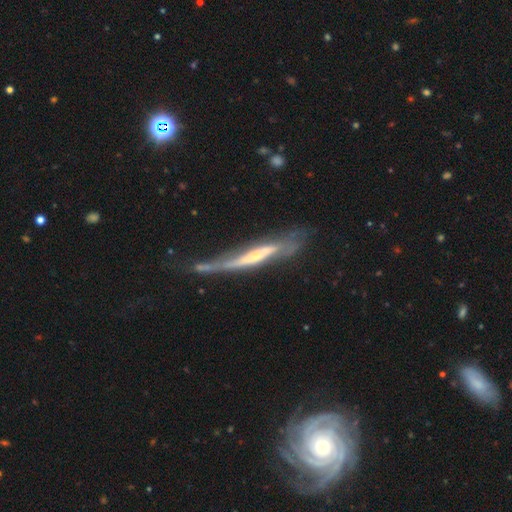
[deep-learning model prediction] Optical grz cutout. It shows a featured or disk galaxy (72%) viewed edge-on (74%) with a rounded central bulge (53%). Merging: none (35%).